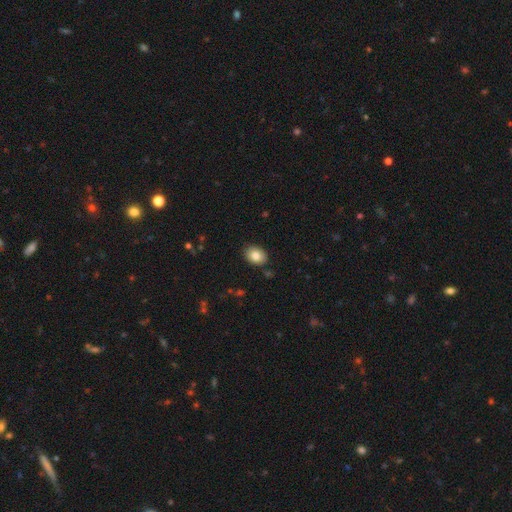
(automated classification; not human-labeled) smooth-or-featured: smooth: 84% | featured or disk: 8% | star or artifact: 8%
  how-rounded: in between: 65% | round: 34% | cigar-shaped: 1%
  merging: none: 87% | minor disturbance: 9% | major disturbance: 2% | merger: 1%